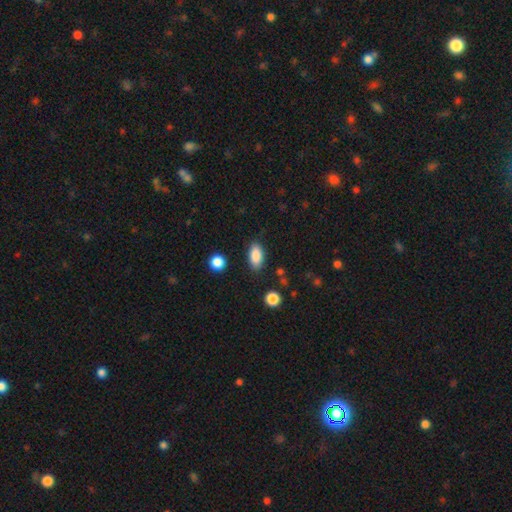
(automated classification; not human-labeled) Morphology: type=smooth (88%); roundness=in between (91%); merging=none (84%).